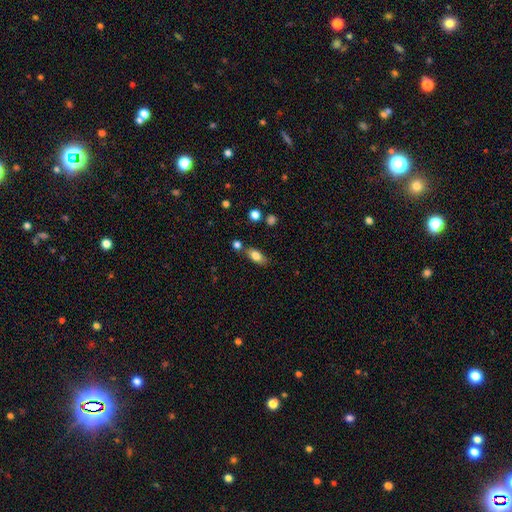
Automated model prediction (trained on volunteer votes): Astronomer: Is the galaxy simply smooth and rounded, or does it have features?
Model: smooth — 80%.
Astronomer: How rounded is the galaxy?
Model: in between — 85%.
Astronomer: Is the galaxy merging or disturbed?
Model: none — 71%.